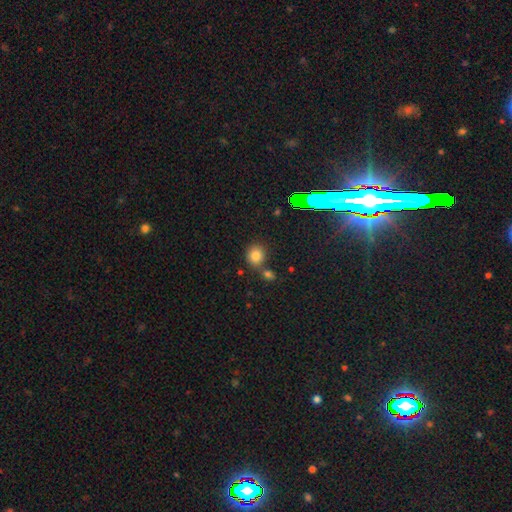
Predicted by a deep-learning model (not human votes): A smooth galaxy with no disk features (80%) that is round (79%).

Vote fractions:
- Smooth or featured? smooth: 80% / star or artifact: 13% / featured or disk: 6%
- How rounded? round: 79% / in between: 20% / cigar-shaped: 1%
- Merging? none: 63% / merger: 24% / minor disturbance: 10% / major disturbance: 3%